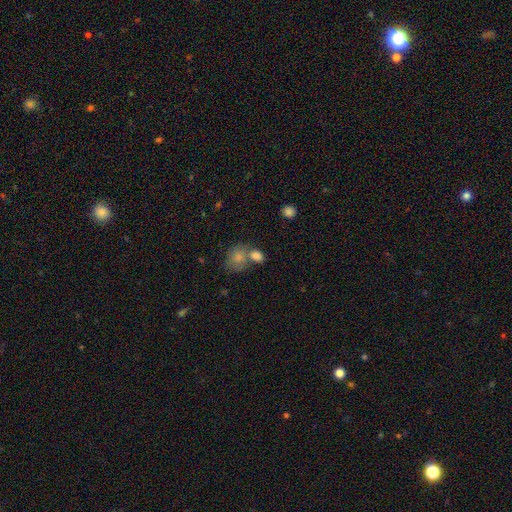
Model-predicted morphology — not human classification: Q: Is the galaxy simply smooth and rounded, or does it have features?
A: smooth — 81%.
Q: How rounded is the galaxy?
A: in between — 67%.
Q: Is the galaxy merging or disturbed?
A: merger — 45%.